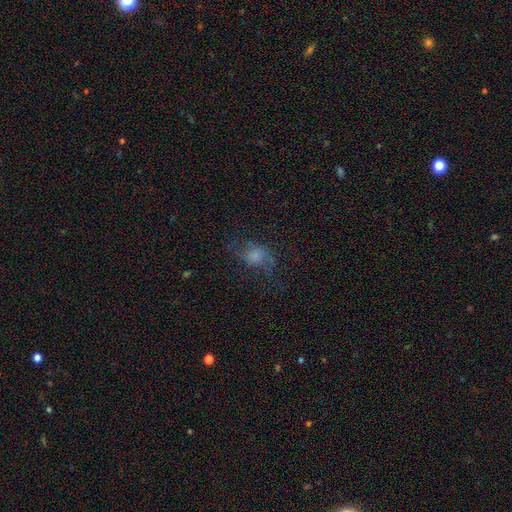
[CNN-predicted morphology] A smooth galaxy with no disk features (57%) that is in between round and cigar-shaped (53%).

Vote fractions:
- Smooth or featured? smooth: 57% / featured or disk: 26% / star or artifact: 17%
- How rounded? in between: 53% / round: 45% / cigar-shaped: 2%
- Merging? none: 46% / major disturbance: 29% / minor disturbance: 22% / merger: 2%